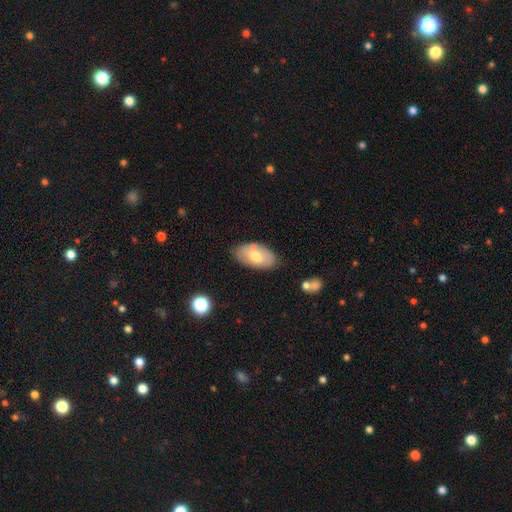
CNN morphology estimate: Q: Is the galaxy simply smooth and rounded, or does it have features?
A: smooth — 62%.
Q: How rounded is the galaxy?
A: in between — 94%.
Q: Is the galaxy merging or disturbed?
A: none — 73%.